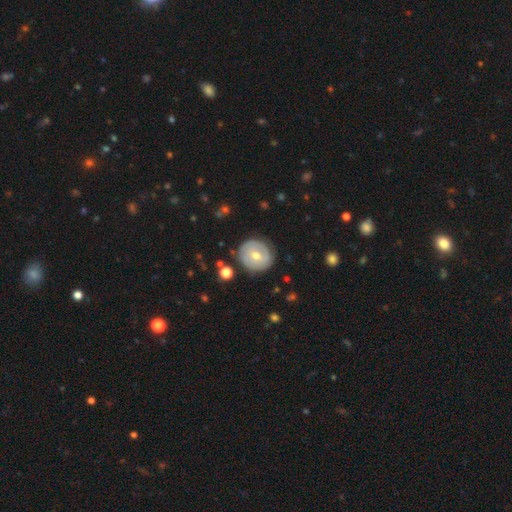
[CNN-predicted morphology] Overall: featured or disk (55%; smooth 39%). Edge-on disk: no (96%). Bar: no (54%; weak 37%). Spiral arms: yes (64%; no 36%). Bulge size: moderate (62%; small 34%). Merging: none (81%).